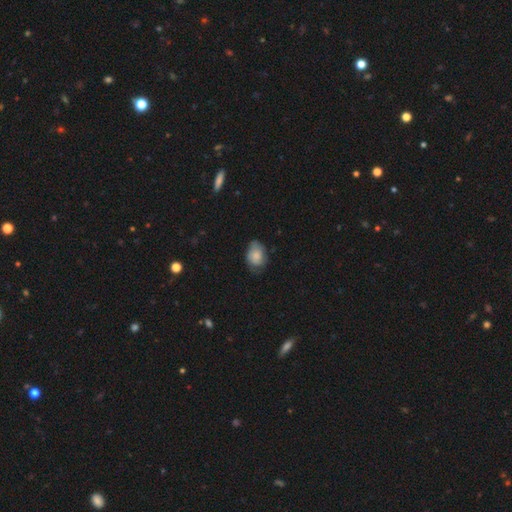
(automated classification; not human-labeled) A smooth galaxy with no disk features (75%) that is in between round and cigar-shaped (69%).

Vote fractions:
- Smooth or featured? smooth: 75% / featured or disk: 17% / star or artifact: 8%
- How rounded? in between: 69% / round: 29% / cigar-shaped: 1%
- Merging? none: 56% / minor disturbance: 33% / major disturbance: 10% / merger: 1%